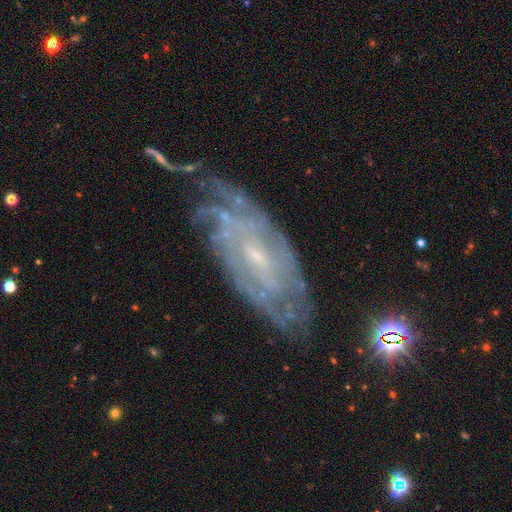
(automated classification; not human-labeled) Smooth or featured? featured or disk (82%)
Edge-on disk? no (91%)
Bar? no (44%, tied with weak)
Spiral arms? yes (92%)
Spiral winding? tight (68%)
Spiral arm count? can't tell (51%)
Bulge size? small (74%)
Merging? none (59%)